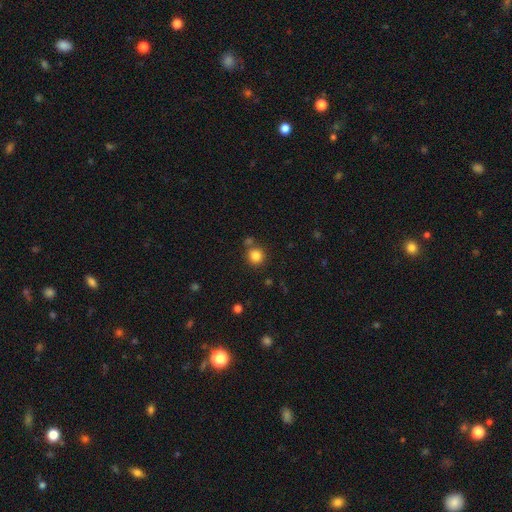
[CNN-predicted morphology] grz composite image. It shows a smooth galaxy with no disk features (83%) that is round (92%). Merging: none (76%).